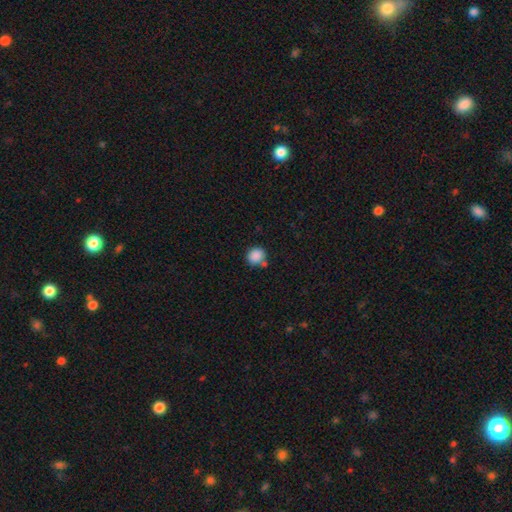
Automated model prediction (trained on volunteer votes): A smooth galaxy with no disk features (87%) that is round (80%).

Vote fractions:
- Smooth or featured? smooth: 87% / star or artifact: 9% / featured or disk: 4%
- How rounded? round: 80% / in between: 19% / cigar-shaped: 1%
- Merging? none: 70% / minor disturbance: 13% / merger: 13% / major disturbance: 4%